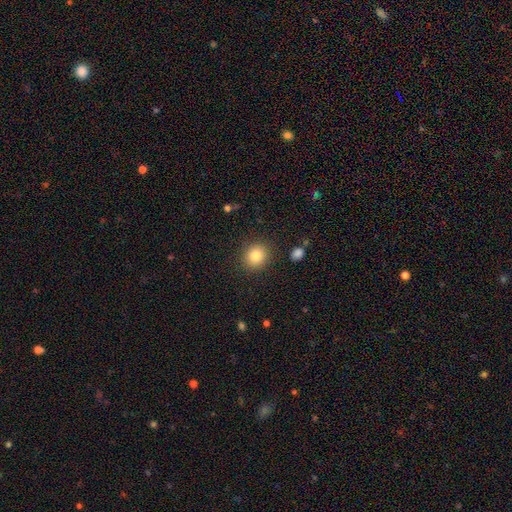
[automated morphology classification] Overall: smooth (83%). How rounded: round (79%). Merging: none (89%).